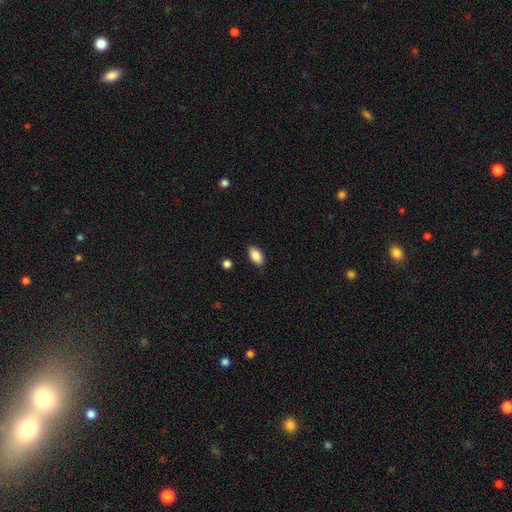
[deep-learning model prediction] Morphology: type=smooth (88%); roundness=in between (92%); merging=none (86%).